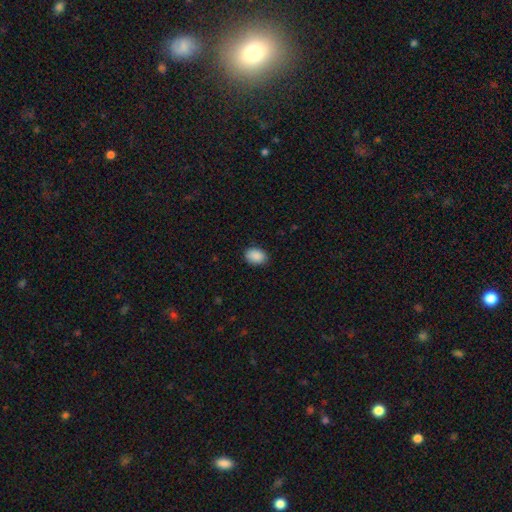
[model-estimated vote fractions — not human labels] Smooth or featured: smooth — 90% (star or artifact — 7%)
How rounded: in between — 76% (round — 23%)
Merging: none — 86% (minor disturbance — 11%)